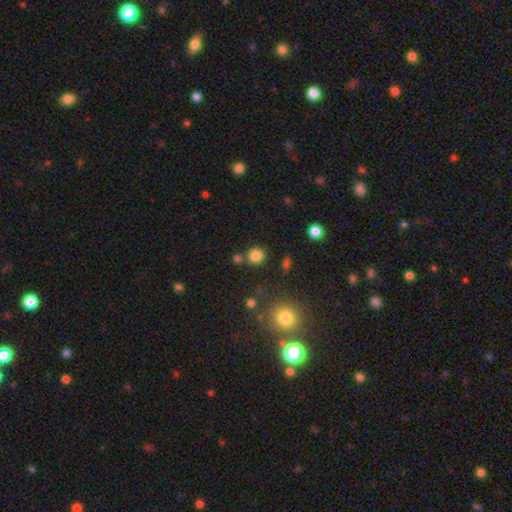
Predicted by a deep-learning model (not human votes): Smooth or featured?
  - smooth: 82% *
  - star or artifact: 13%
  - featured or disk: 5%
How rounded?
  - round: 88% *
  - in between: 11%
  - cigar-shaped: 1%
Merging?
  - none: 80% *
  - merger: 9%
  - minor disturbance: 8%
  - major disturbance: 3%